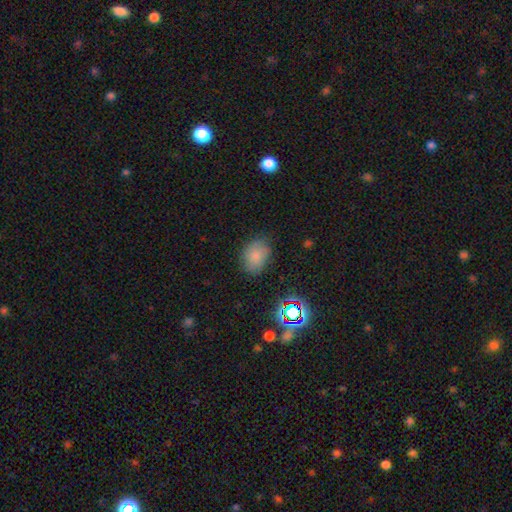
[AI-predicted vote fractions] Smooth or featured? smooth (76%)
How rounded? in between (68%)
Merging? none (76%)